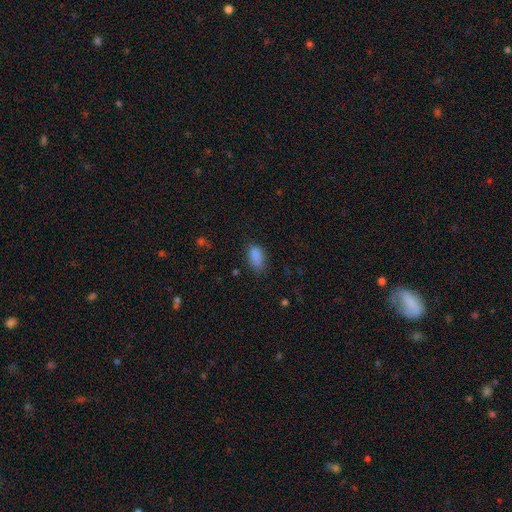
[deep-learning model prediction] Smooth or featured? smooth (86%)
How rounded? in between (91%)
Merging? none (72%)